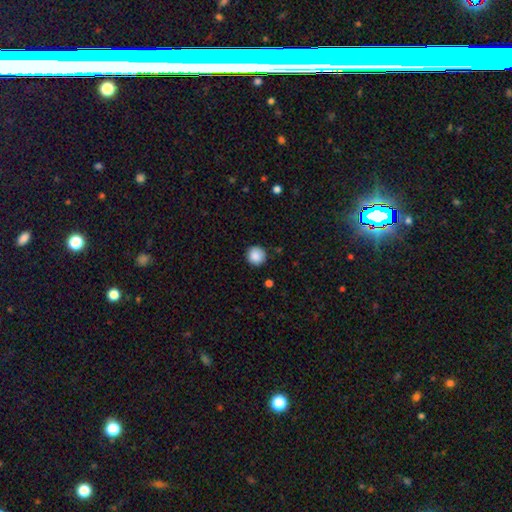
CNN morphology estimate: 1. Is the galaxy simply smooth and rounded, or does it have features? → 88% smooth, 8% star or artifact, 3% featured or disk.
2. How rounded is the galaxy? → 95% round, 4% in between, 1% cigar-shaped.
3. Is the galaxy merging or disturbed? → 90% none, 7% minor disturbance, 2% major disturbance, 1% merger.